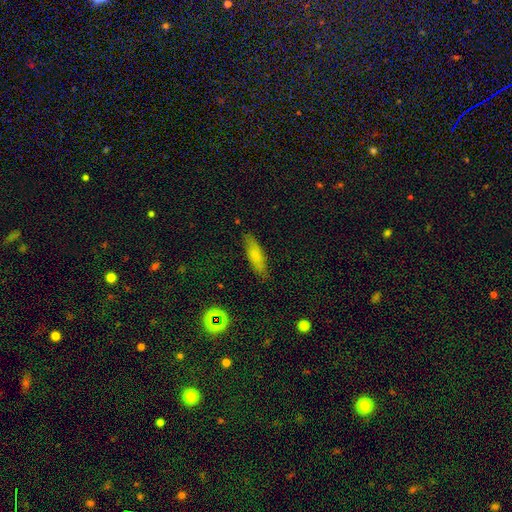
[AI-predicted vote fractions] Smooth or featured: smooth — 74% (featured or disk — 17%)
How rounded: cigar-shaped — 56% (in between — 42%)
Merging: none — 81% (minor disturbance — 14%)